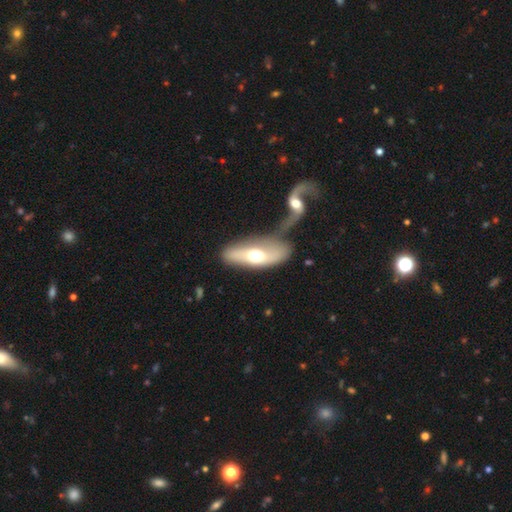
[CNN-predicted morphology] type=smooth (50%); roundness=in between (72%); merging=none (40%).